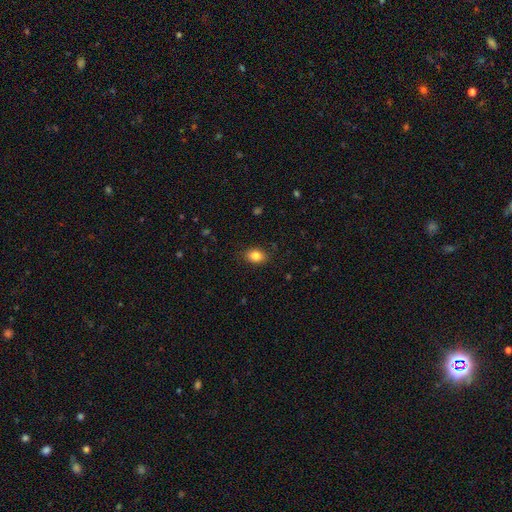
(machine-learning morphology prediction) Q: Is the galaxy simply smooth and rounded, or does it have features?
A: smooth — 84%.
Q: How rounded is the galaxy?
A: in between — 75%.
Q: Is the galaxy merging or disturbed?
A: none — 87%.